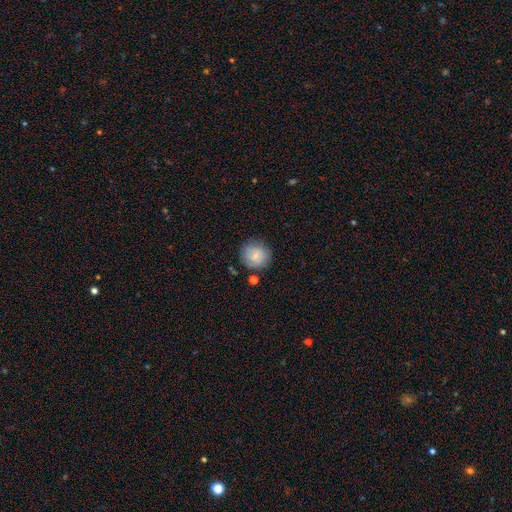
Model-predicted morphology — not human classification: smooth 73%, featured or disk 18%, star or artifact 9%. Down the decision tree: how rounded — round (93%); merging — none (79%).